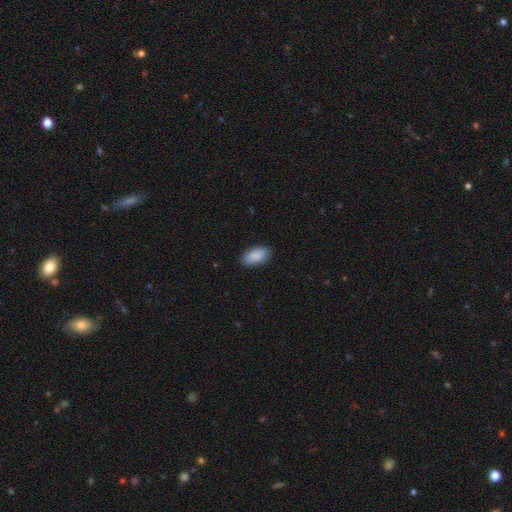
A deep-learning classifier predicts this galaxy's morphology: Smooth or featured: smooth — 90% (star or artifact — 6%)
How rounded: in between — 93% (cigar-shaped — 4%)
Merging: none — 86% (minor disturbance — 10%)